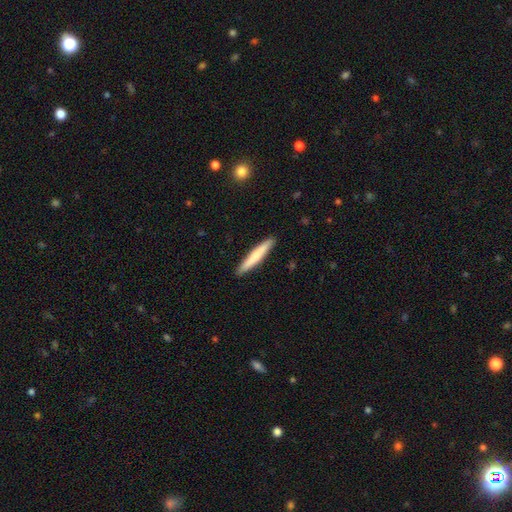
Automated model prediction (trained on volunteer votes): Smooth or featured?
  - smooth: 73% *
  - featured or disk: 22%
  - star or artifact: 5%
How rounded?
  - cigar-shaped: 95% *
  - in between: 4%
  - round: 1%
Merging?
  - none: 91% *
  - minor disturbance: 7%
  - major disturbance: 1%
  - merger: 1%